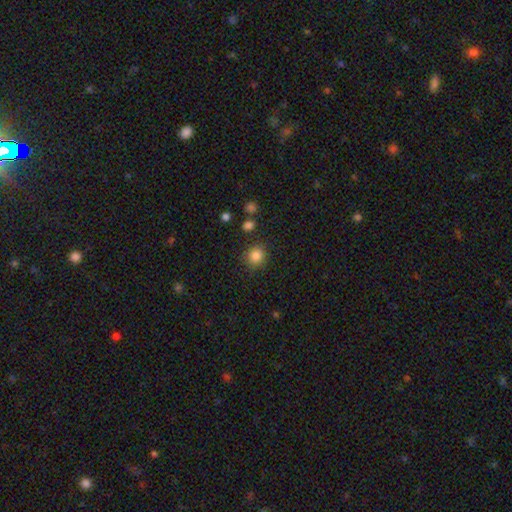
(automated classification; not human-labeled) Q: Smooth or featured?
A: smooth (84%); runner-up: star or artifact (11%)
Q: How rounded?
A: round (86%); runner-up: in between (13%)
Q: Merging?
A: none (85%); runner-up: minor disturbance (9%)